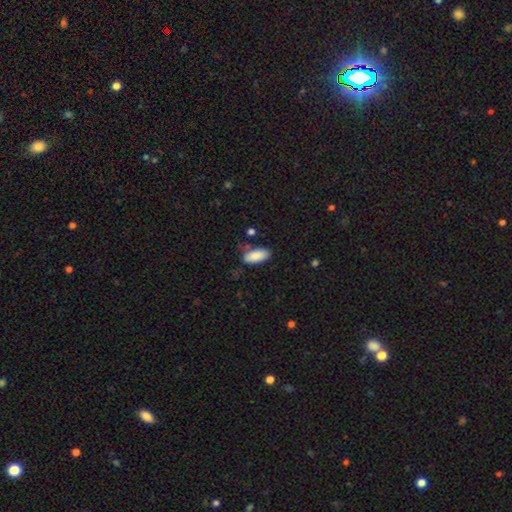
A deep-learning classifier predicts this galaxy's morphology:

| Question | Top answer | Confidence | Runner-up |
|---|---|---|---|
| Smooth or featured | smooth | 88% | star or artifact (7%) |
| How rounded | in between | 89% | cigar-shaped (9%) |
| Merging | none | 72% | minor disturbance (19%) |